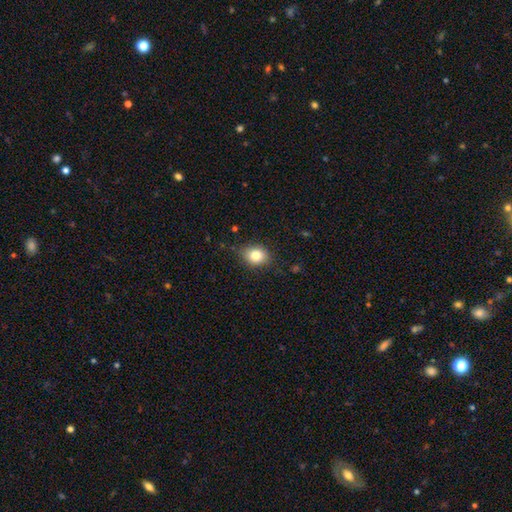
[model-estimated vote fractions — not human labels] Smooth or featured? smooth (81%)
How rounded? round (53%)
Merging? none (82%)